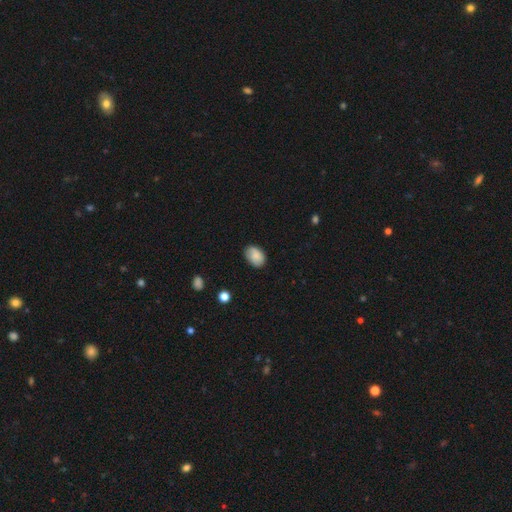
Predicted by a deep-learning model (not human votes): This is clearly a smooth galaxy (85%). How rounded: clearly in between (84%). Merging: likely none (80%).